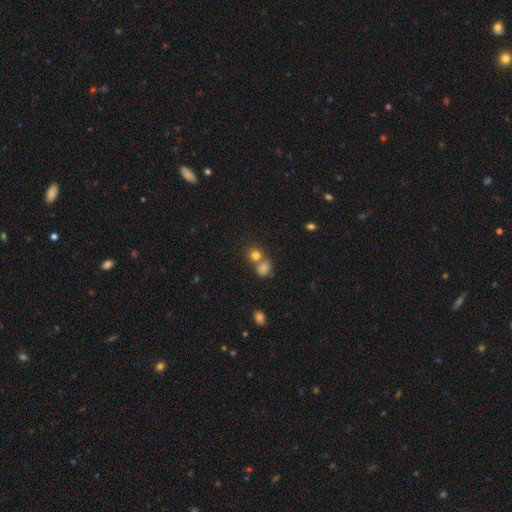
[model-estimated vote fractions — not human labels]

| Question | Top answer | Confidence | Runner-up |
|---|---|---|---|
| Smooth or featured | smooth | 78% | star or artifact (14%) |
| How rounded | round | 83% | in between (16%) |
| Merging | none | 50% | merger (40%) |